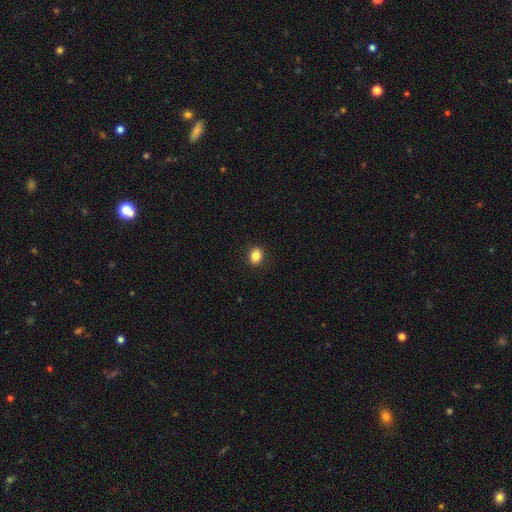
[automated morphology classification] Smooth or featured: smooth — 86% (star or artifact — 10%)
How rounded: round — 54% (in between — 45%)
Merging: none — 90% (minor disturbance — 7%)